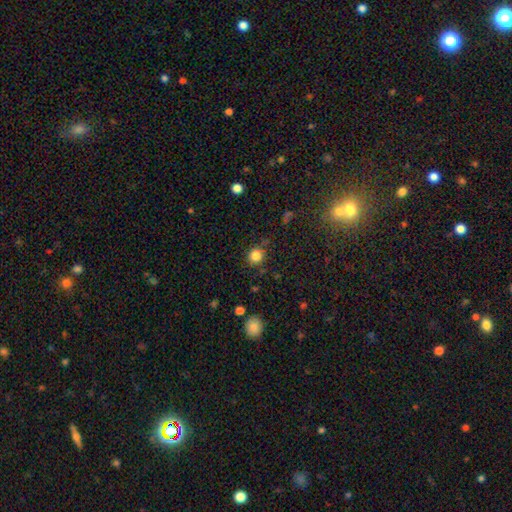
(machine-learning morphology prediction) Smooth or featured? Predicted: smooth (p=0.84). How rounded? Predicted: round (p=0.87). Merging? Predicted: none (p=0.81).